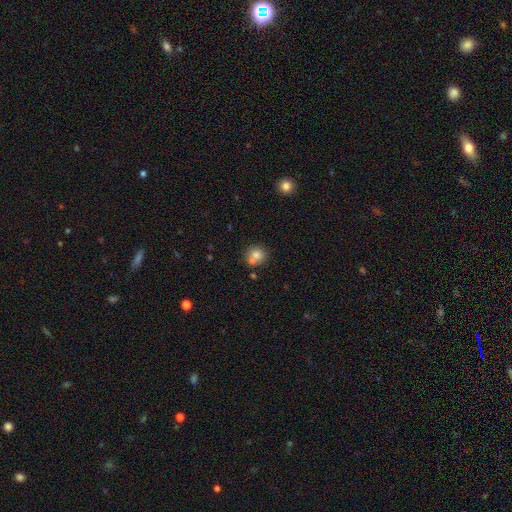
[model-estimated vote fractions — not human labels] Smooth or featured?
  - smooth: 77% *
  - featured or disk: 12%
  - star or artifact: 11%
How rounded?
  - round: 84% *
  - in between: 15%
  - cigar-shaped: 1%
Merging?
  - none: 54% *
  - merger: 29%
  - minor disturbance: 13%
  - major disturbance: 4%